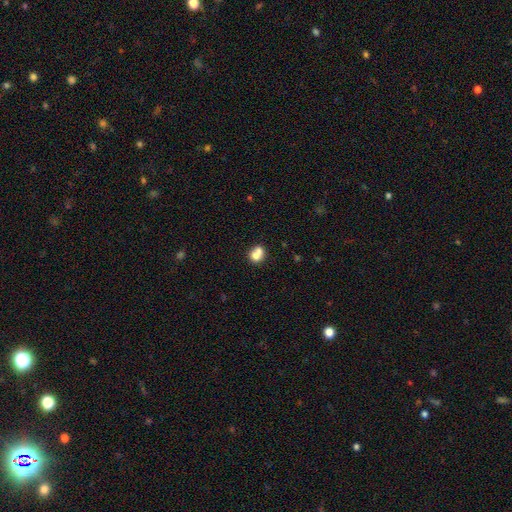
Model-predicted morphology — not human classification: smooth-or-featured: smooth: 72% | featured or disk: 18% | star or artifact: 10%
  how-rounded: round: 72% | in between: 27% | cigar-shaped: 1%
  merging: merger: 59% | none: 30% | minor disturbance: 7% | major disturbance: 3%